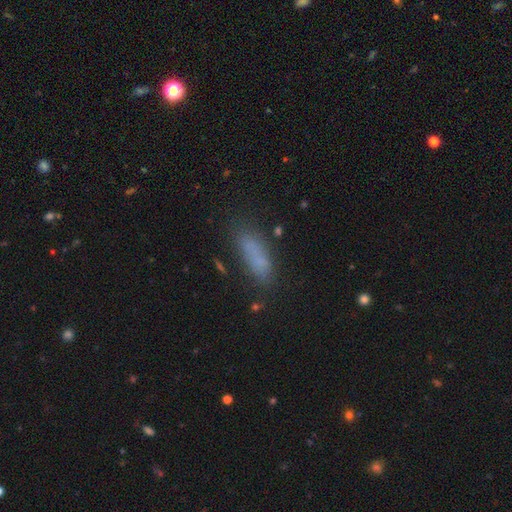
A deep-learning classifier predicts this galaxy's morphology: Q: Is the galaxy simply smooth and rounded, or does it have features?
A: smooth — 74%.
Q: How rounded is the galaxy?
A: in between — 54%.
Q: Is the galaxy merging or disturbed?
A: none — 68%.